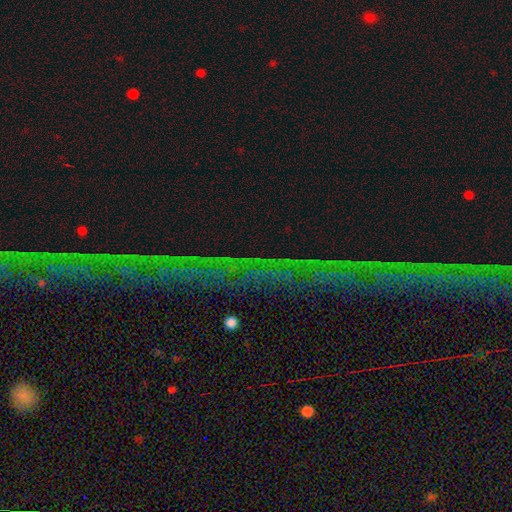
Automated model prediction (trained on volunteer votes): A star or artifact, not a galaxy (76%).

Vote fractions:
- Smooth or featured? star or artifact: 76% / featured or disk: 13% / smooth: 11%